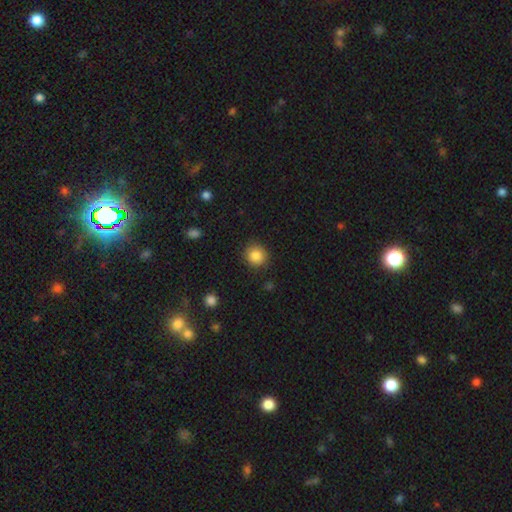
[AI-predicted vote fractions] Smooth or featured?
  - smooth: 86% *
  - star or artifact: 10%
  - featured or disk: 4%
How rounded?
  - round: 90% *
  - in between: 9%
  - cigar-shaped: 1%
Merging?
  - none: 89% *
  - minor disturbance: 8%
  - major disturbance: 2%
  - merger: 1%